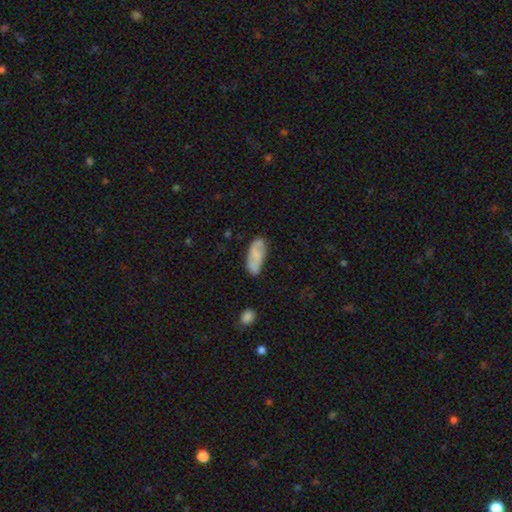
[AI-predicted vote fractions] smooth-or-featured: smooth: 59% | featured or disk: 33% | star or artifact: 8%
  how-rounded: in between: 79% | cigar-shaped: 18% | round: 3%
  merging: none: 68% | minor disturbance: 22% | major disturbance: 6% | merger: 4%